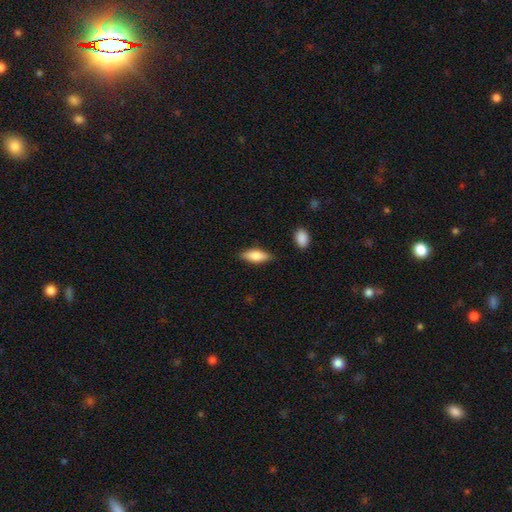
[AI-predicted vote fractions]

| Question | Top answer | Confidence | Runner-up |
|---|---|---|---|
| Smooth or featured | smooth | 76% | featured or disk (18%) |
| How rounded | in between | 70% | cigar-shaped (27%) |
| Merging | none | 82% | minor disturbance (13%) |